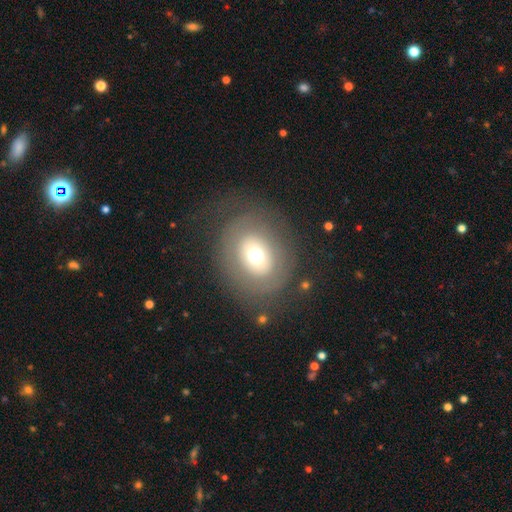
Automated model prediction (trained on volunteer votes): Smooth or featured?
  - smooth: 55% *
  - featured or disk: 34%
  - star or artifact: 11%
How rounded?
  - round: 65% *
  - in between: 34%
  - cigar-shaped: 1%
Merging?
  - none: 74% *
  - major disturbance: 12%
  - minor disturbance: 12%
  - merger: 2%